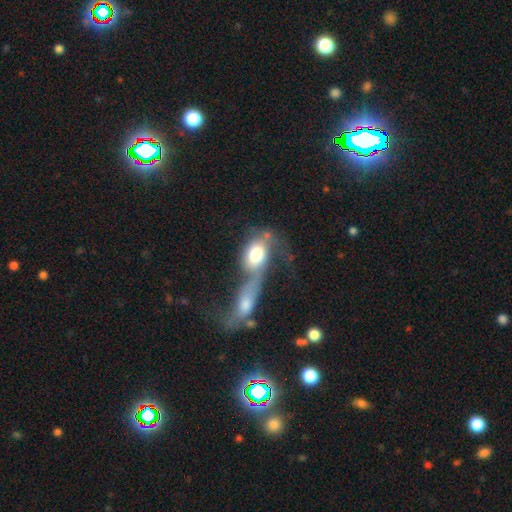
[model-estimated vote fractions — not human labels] Q: Smooth or featured?
A: smooth (65%); runner-up: featured or disk (28%)
Q: How rounded?
A: in between (78%); runner-up: round (18%)
Q: Merging?
A: merger (69%); runner-up: major disturbance (13%)